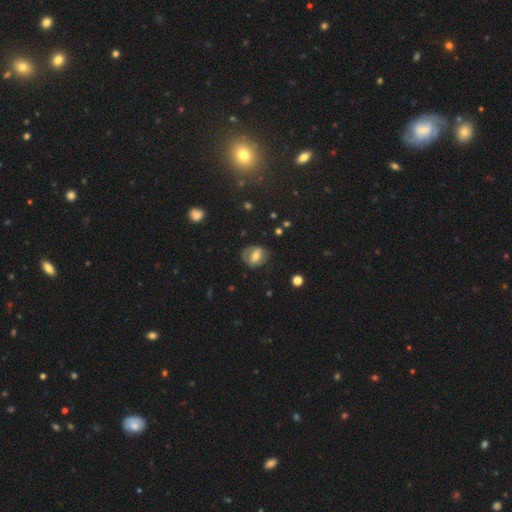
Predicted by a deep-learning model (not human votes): smooth-or-featured: smooth: 49% | featured or disk: 42% | star or artifact: 10%
  merging: none: 64% | minor disturbance: 23% | major disturbance: 11% | merger: 2%